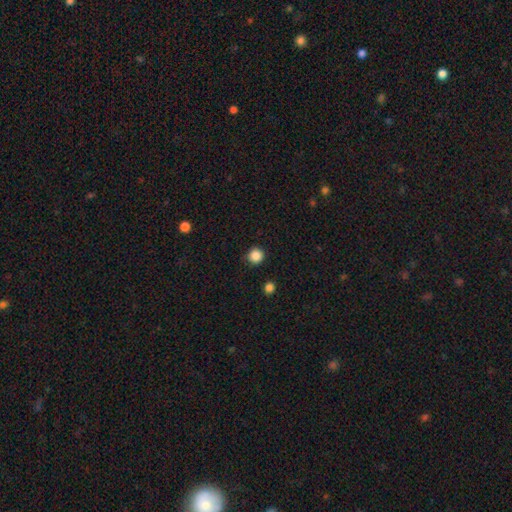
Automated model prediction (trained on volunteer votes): Morphology: type=smooth (87%); roundness=round (94%); merging=none (89%).